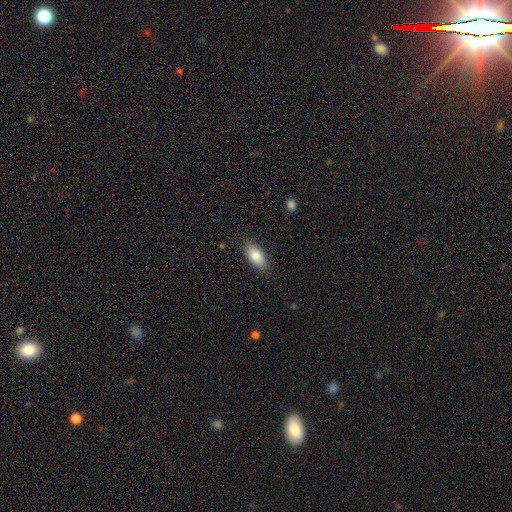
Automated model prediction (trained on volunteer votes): smooth 82%, featured or disk 11%, star or artifact 7%. Down the decision tree: how rounded — in between (87%); merging — none (83%).